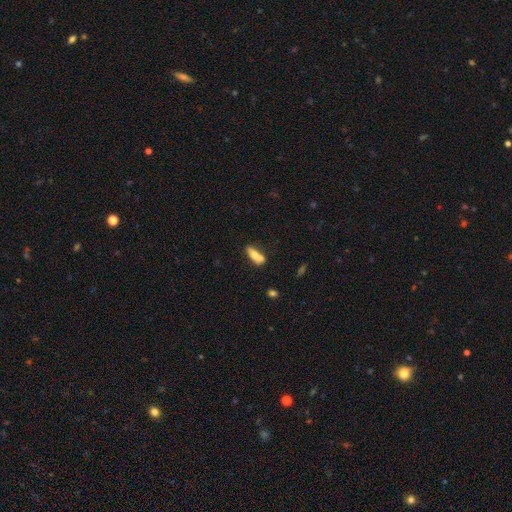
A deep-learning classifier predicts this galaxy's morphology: Smooth or featured? smooth (71%)
How rounded? cigar-shaped (50%)
Merging? none (55%)